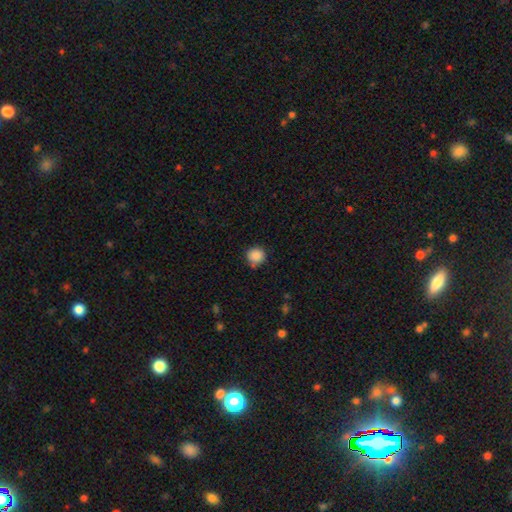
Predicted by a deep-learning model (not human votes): Q: Smooth or featured?
A: smooth (87%); runner-up: star or artifact (9%)
Q: How rounded?
A: round (92%); runner-up: in between (7%)
Q: Merging?
A: none (78%); runner-up: minor disturbance (14%)